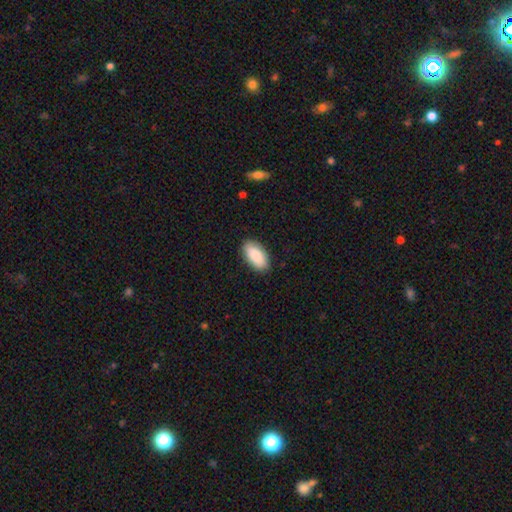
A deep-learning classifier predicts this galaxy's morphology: A smooth galaxy with no disk features (87%) that is in between round and cigar-shaped (94%). Merging: none (88%).